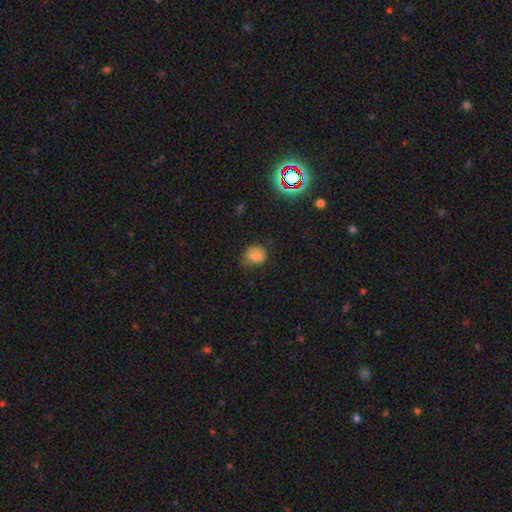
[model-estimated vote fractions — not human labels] The model was most divided on "how rounded": round: 62%, in between: 37%, cigar-shaped: 1%. More confident: smooth or featured — smooth (77%); merging — none (65%).